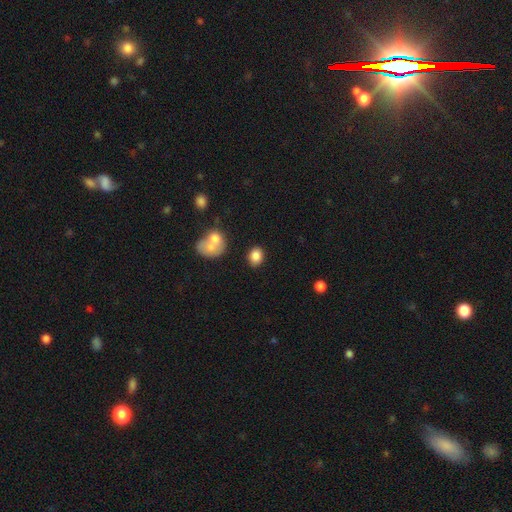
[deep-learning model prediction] Smooth or featured: smooth — 85% (star or artifact — 9%)
How rounded: in between — 53% (round — 46%)
Merging: none — 81% (minor disturbance — 10%)